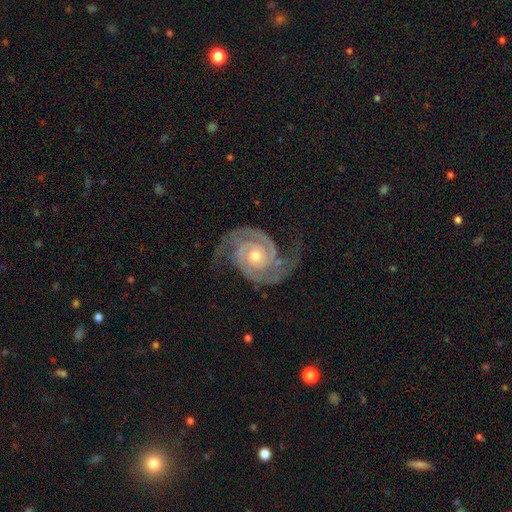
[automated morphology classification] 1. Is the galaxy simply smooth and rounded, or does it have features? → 94% featured or disk, 4% star or artifact, 2% smooth.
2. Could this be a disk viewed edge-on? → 98% no, 2% yes.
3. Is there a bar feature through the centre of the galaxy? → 73% no, 20% weak, 7% strong.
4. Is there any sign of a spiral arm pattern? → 99% yes, 1% no.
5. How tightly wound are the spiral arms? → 61% tight, 34% medium, 5% loose.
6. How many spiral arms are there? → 88% 2, 5% 3, 2% can't tell, 2% 4, 1% 1, 1% more than 4.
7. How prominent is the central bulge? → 55% moderate, 41% small, 2% large, 1% none, 1% dominant.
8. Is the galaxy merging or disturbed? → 76% none, 16% minor disturbance, 7% major disturbance, 1% merger.